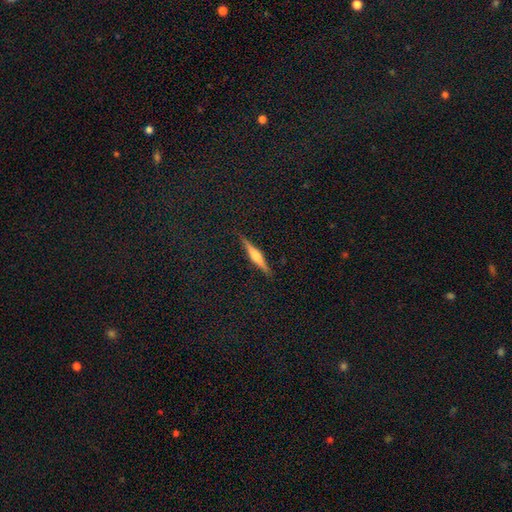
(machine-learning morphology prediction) Smooth or featured: featured or disk — 67% (smooth — 25%)
Edge-on disk: yes — 97% (no — 3%)
Edge-on bulge: rounded — 84% (boxy — 10%)
Merging: none — 90% (minor disturbance — 7%)